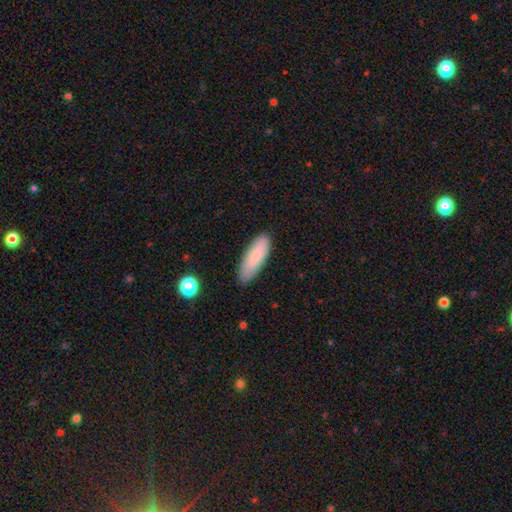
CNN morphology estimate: This appears to be a smooth galaxy with no disk features (83%) that is in between round and cigar-shaped (53%). Merging: none (81%).